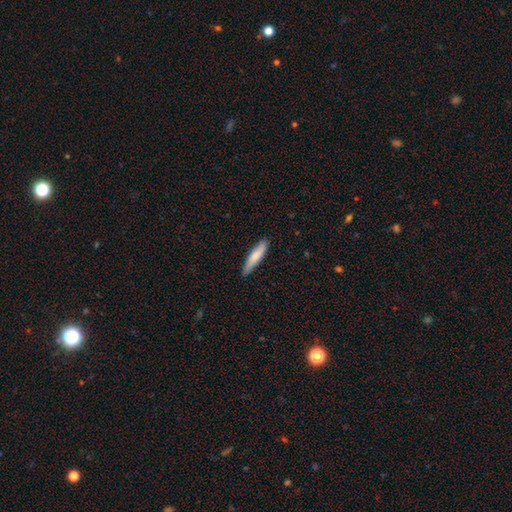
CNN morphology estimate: type=smooth (76%); roundness=cigar-shaped (82%); merging=none (82%).